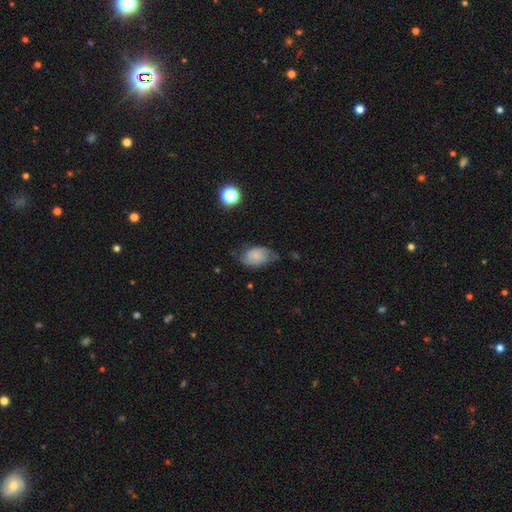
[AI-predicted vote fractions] smooth-or-featured: smooth: 63% | featured or disk: 27% | star or artifact: 9%
  how-rounded: in between: 86% | round: 12% | cigar-shaped: 1%
  merging: none: 50% | minor disturbance: 34% | major disturbance: 14% | merger: 2%